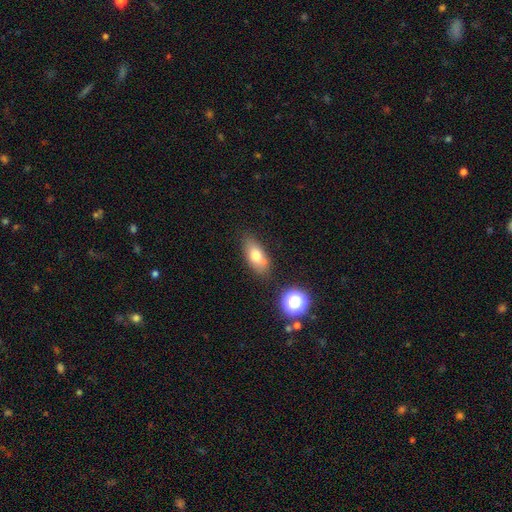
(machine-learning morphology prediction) The model was most divided on "smooth or featured": smooth: 72%, featured or disk: 18%, star or artifact: 10%. More confident: how rounded — in between (82%); merging — none (74%).